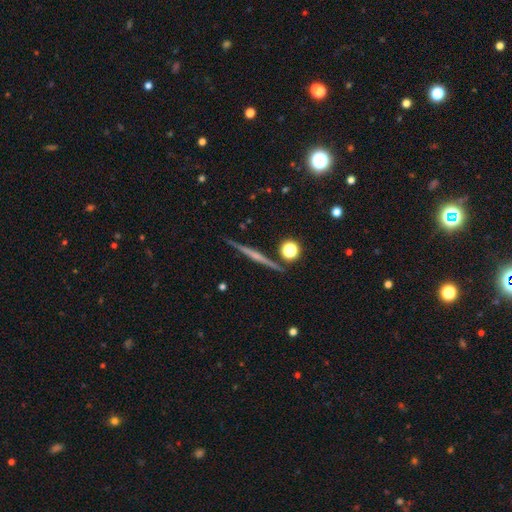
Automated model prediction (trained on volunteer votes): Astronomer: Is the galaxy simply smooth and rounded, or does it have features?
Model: featured or disk — 75%.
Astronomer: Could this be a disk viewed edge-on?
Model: yes — 98%.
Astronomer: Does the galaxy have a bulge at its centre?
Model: rounded — 53% (runner-up: none, 34%).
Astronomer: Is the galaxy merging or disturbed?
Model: none — 91%.